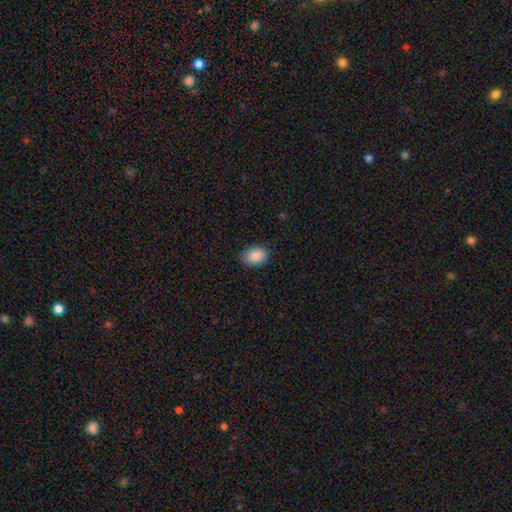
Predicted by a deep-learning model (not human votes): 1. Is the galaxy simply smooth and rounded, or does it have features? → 89% smooth, 7% star or artifact, 4% featured or disk.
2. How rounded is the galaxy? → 85% in between, 14% round, 1% cigar-shaped.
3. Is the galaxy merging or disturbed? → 87% none, 10% minor disturbance, 2% major disturbance, 1% merger.